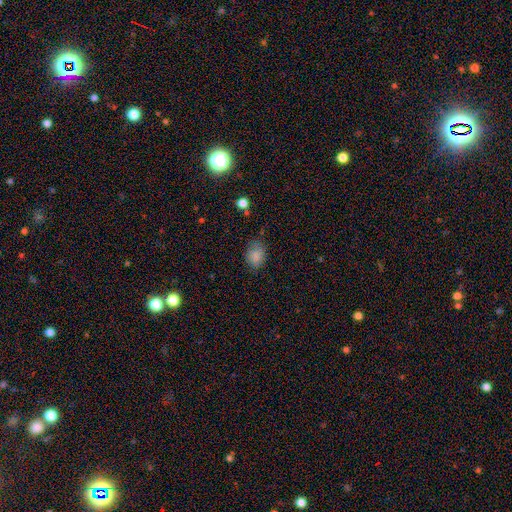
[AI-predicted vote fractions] smooth 83%, star or artifact 11%, featured or disk 6%. Down the decision tree: how rounded — in between (68%); merging — none (69%).